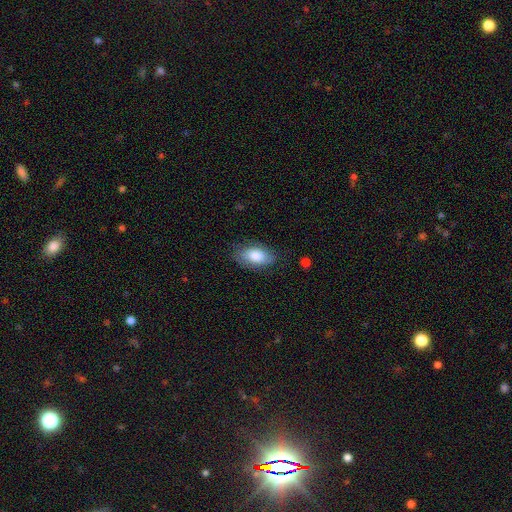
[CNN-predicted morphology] Q: Smooth or featured?
A: smooth (78%); runner-up: featured or disk (15%)
Q: How rounded?
A: in between (93%); runner-up: round (5%)
Q: Merging?
A: none (76%); runner-up: minor disturbance (18%)